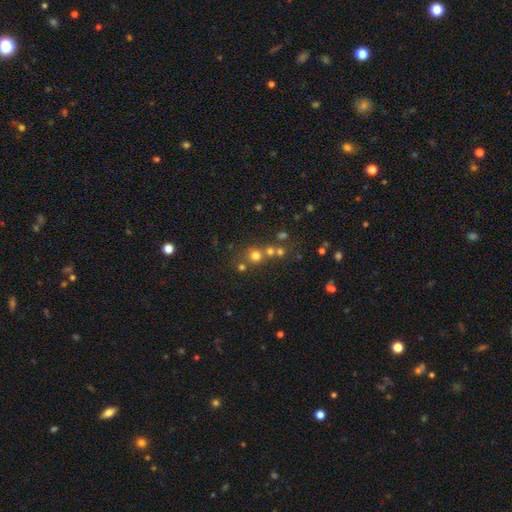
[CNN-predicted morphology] A smooth galaxy with no disk features (66%) that is round (88%).

Vote fractions:
- Smooth or featured? smooth: 66% / star or artifact: 22% / featured or disk: 12%
- How rounded? round: 88% / in between: 11% / cigar-shaped: 1%
- Merging? none: 58% / merger: 29% / minor disturbance: 8% / major disturbance: 4%